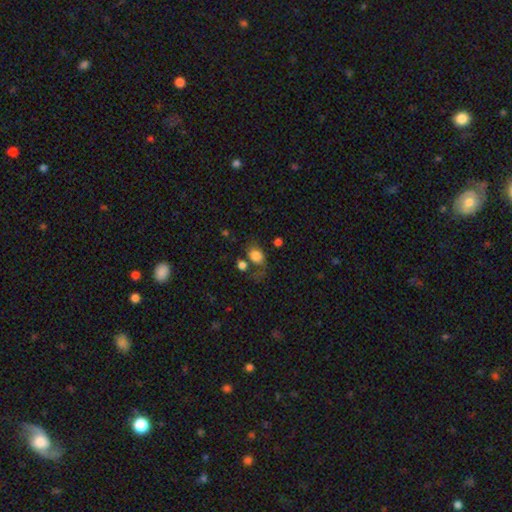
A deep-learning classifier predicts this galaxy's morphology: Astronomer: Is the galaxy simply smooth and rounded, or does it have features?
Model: smooth — 78%.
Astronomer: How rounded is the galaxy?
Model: in between — 60% (runner-up: round, 39%).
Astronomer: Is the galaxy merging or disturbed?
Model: none — 45% (runner-up: minor disturbance, 21%).